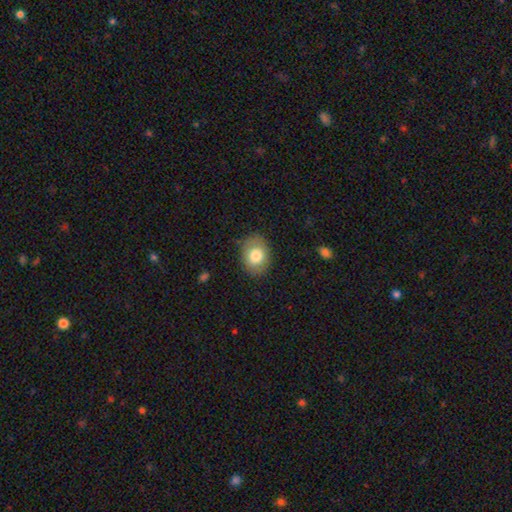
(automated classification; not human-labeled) This is likely a smooth galaxy (78%). How rounded: likely in between (62%). Merging: clearly none (81%).